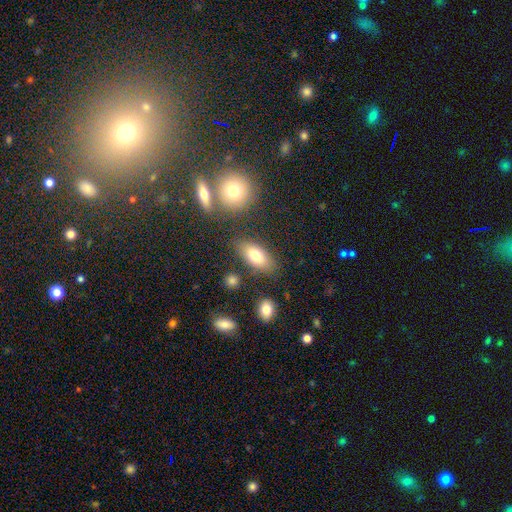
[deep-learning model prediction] A smooth galaxy with no disk features (77%) that is in between round and cigar-shaped (86%). Merging: none (78%).